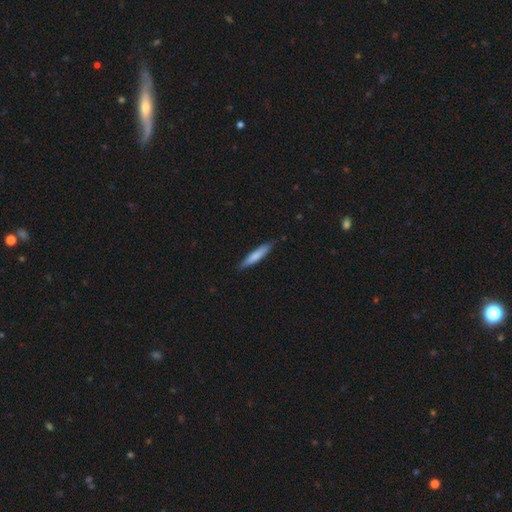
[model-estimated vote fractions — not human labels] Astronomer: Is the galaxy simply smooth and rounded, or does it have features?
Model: smooth — 73%.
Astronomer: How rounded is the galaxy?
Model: cigar-shaped — 89%.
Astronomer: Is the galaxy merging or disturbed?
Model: none — 84%.